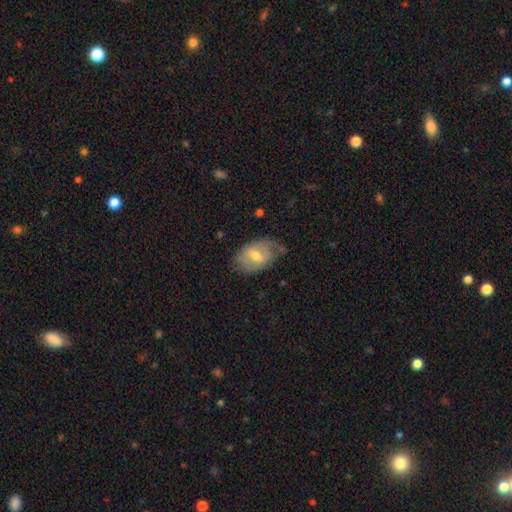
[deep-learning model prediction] smooth-or-featured: smooth: 49% | featured or disk: 44% | star or artifact: 8%
  merging: none: 58% | minor disturbance: 30% | major disturbance: 9% | merger: 2%